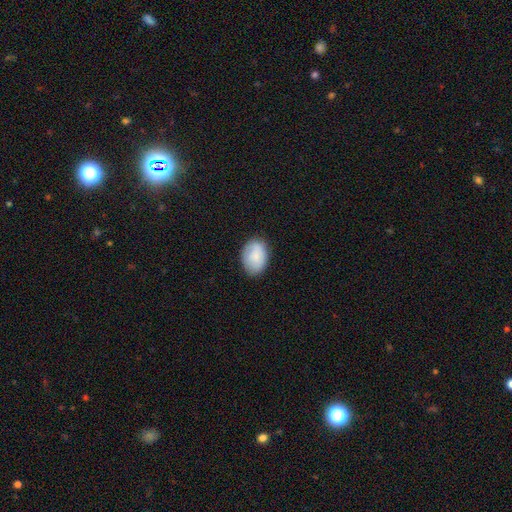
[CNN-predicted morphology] Smooth or featured: smooth — 81% (featured or disk — 13%)
How rounded: in between — 80% (round — 19%)
Merging: none — 80% (minor disturbance — 16%)